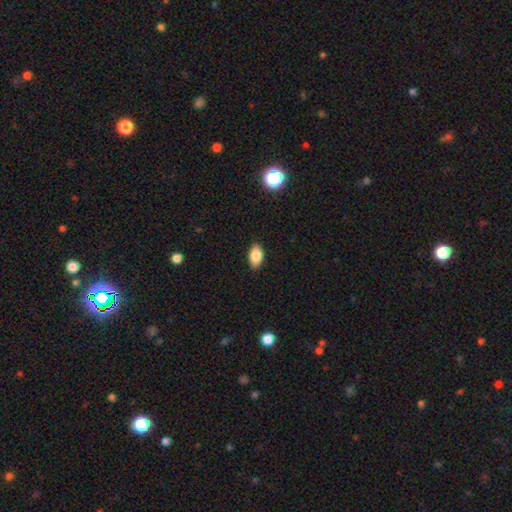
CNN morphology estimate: This is clearly a smooth galaxy (86%). How rounded: clearly in between (92%). Merging: clearly none (87%).